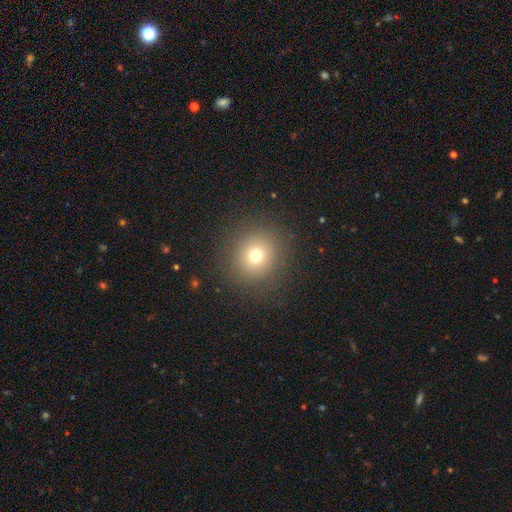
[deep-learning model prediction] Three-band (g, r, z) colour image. It shows a smooth galaxy with no disk features (72%) that is round (90%). Merging: none (88%).